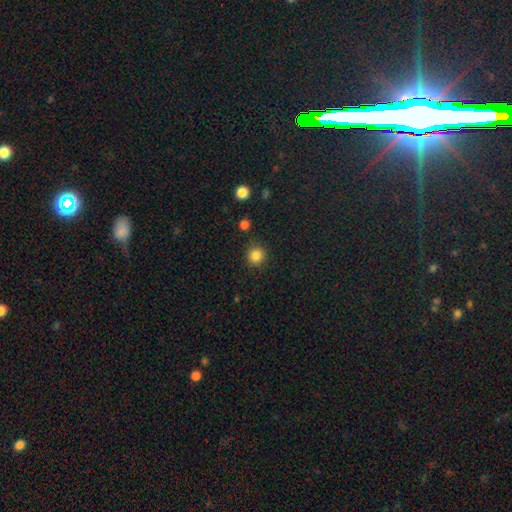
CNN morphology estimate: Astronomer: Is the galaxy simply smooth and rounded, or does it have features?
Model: smooth — 85%.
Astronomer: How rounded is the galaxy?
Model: round — 93%.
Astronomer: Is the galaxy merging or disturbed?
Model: none — 88%.